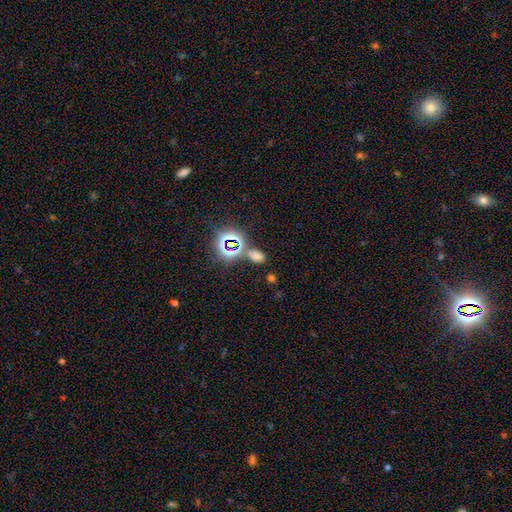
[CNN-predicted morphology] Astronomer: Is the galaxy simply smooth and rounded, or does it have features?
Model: smooth — 56% (runner-up: star or artifact, 38%).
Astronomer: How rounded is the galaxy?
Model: in between — 87%.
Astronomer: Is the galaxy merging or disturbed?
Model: none — 68%.